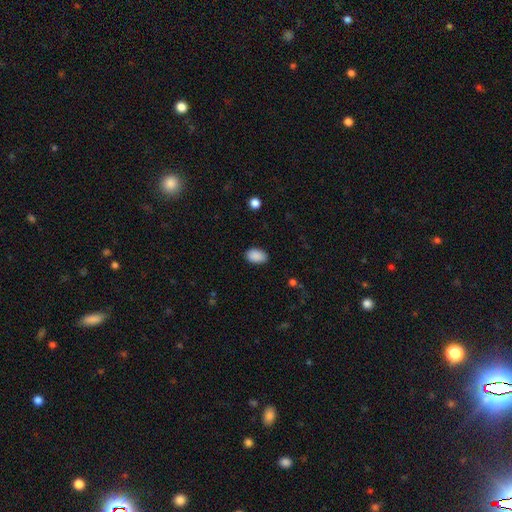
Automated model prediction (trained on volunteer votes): Smooth or featured?
  - smooth: 90% *
  - star or artifact: 7%
  - featured or disk: 3%
How rounded?
  - in between: 90% *
  - round: 9%
  - cigar-shaped: 1%
Merging?
  - none: 86% *
  - minor disturbance: 10%
  - major disturbance: 2%
  - merger: 1%